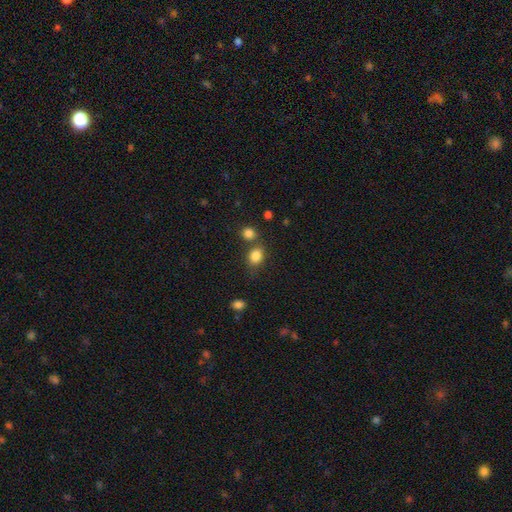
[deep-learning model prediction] Smooth or featured? smooth (84%)
How rounded? in between (52%)
Merging? none (65%)